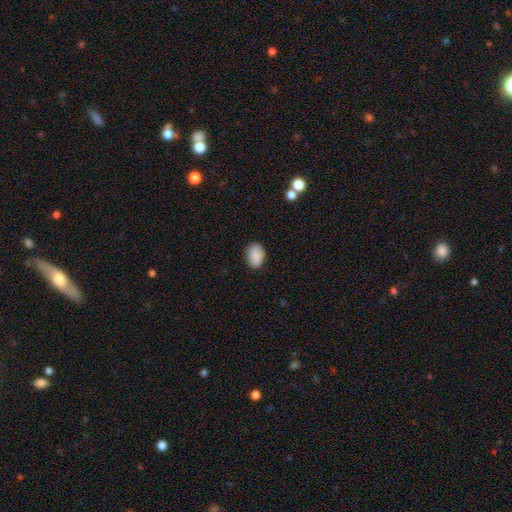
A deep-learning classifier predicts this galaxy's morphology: type=smooth (89%); roundness=in between (82%); merging=none (85%).